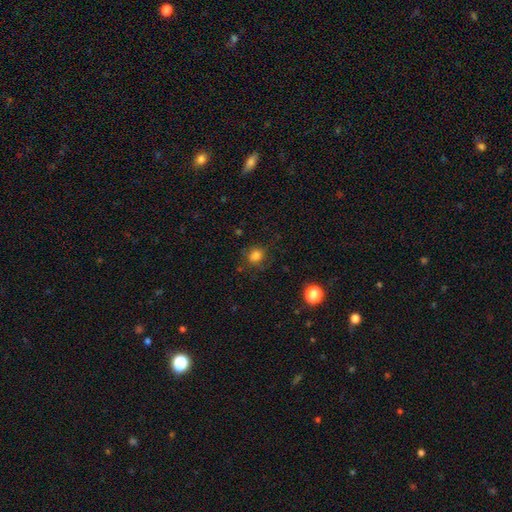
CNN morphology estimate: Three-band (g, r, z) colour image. It shows a smooth galaxy with no disk features (81%) that is round (73%). Merging: none (76%).